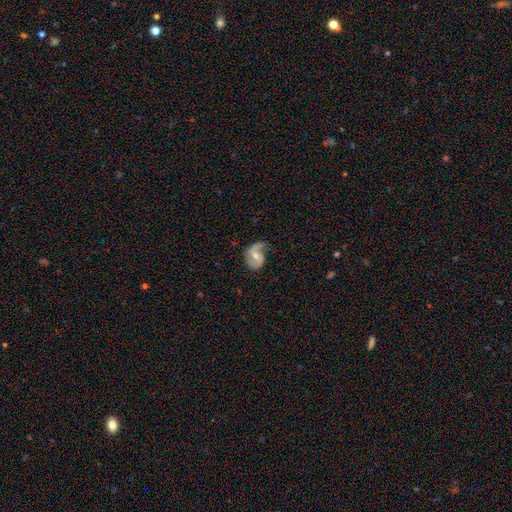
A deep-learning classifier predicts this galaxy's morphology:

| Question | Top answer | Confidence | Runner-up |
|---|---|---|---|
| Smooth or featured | featured or disk | 77% | smooth (17%) |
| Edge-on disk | no | 98% | yes (2%) |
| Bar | weak | 43% | no (39%) |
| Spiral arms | yes | 92% | no (8%) |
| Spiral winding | medium | 42% | loose (41%) |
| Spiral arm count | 2 | 69% | 1 (24%) |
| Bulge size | moderate | 57% | small (38%) |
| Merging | none | 49% | minor disturbance (30%) |